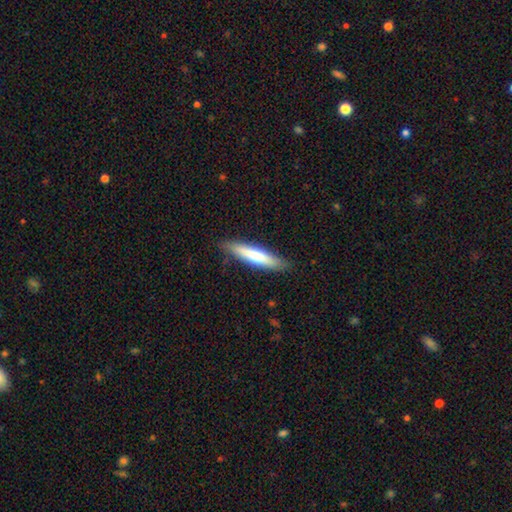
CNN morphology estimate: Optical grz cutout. It shows a smooth galaxy with no disk features (63%) that is cigar-shaped (84%). Merging: none (86%).